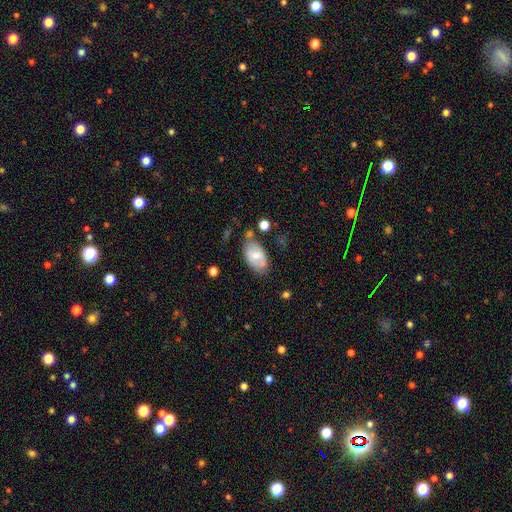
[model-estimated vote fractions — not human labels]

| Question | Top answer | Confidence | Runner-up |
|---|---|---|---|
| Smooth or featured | smooth | 58% | featured or disk (36%) |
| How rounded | in between | 92% | round (6%) |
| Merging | none | 60% | minor disturbance (23%) |